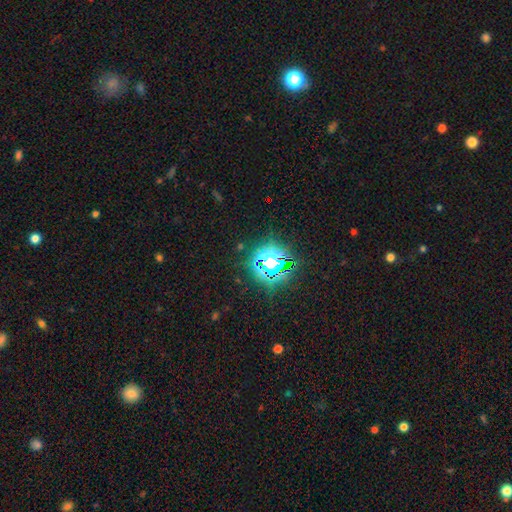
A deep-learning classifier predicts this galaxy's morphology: Smooth or featured?
  - star or artifact: 80% *
  - smooth: 12%
  - featured or disk: 7%